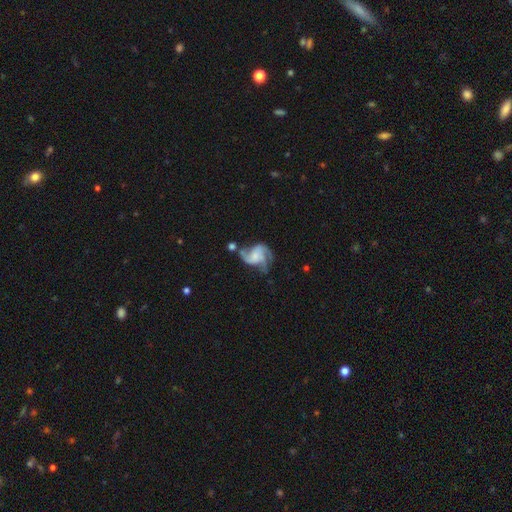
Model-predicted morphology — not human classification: Smooth or featured? Predicted: featured or disk (p=0.83). Edge-on disk? Predicted: no (p=0.98). Bar? Predicted: no (p=0.62). Spiral arms? Predicted: yes (p=0.95). Spiral winding? Predicted: medium (p=0.48). Spiral arm count? Predicted: 3 (p=0.52). Bulge size? Predicted: small (p=0.35). Merging? Predicted: none (p=0.44).